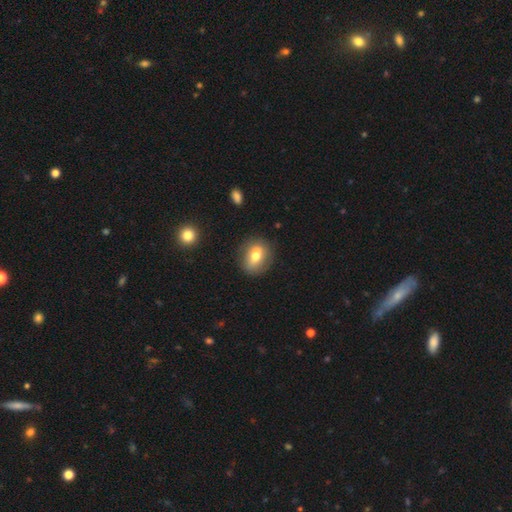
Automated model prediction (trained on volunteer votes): smooth_or_featured: smooth (p=0.62) [alt: featured or disk p=0.30]
how_rounded: round (p=0.50) [alt: in between p=0.48]
merging: none (p=0.72) [alt: minor disturbance p=0.14]